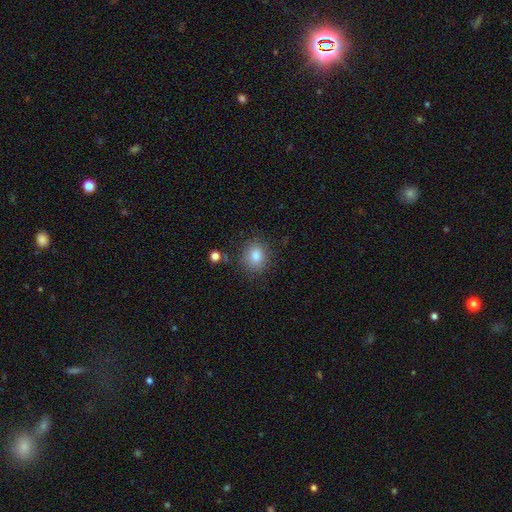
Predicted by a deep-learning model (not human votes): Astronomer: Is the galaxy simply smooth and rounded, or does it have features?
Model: smooth — 83%.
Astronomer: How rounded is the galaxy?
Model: round — 63%.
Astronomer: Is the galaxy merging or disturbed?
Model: none — 82%.